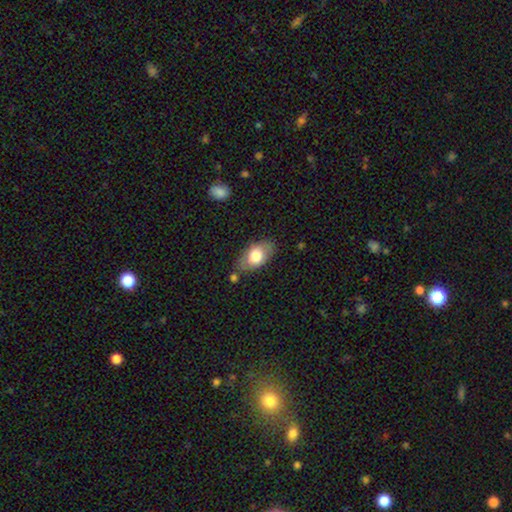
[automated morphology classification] smooth 74%, featured or disk 20%, star or artifact 6%. Down the decision tree: how rounded — in between (90%); merging — none (69%).